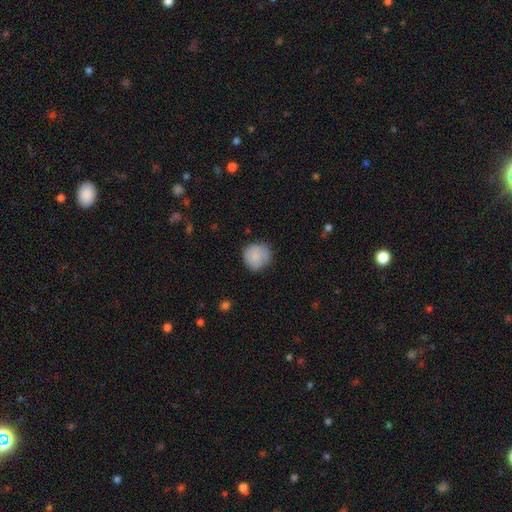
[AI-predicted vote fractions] This is clearly a smooth galaxy (84%). How rounded: clearly round (89%). Merging: likely none (72%).